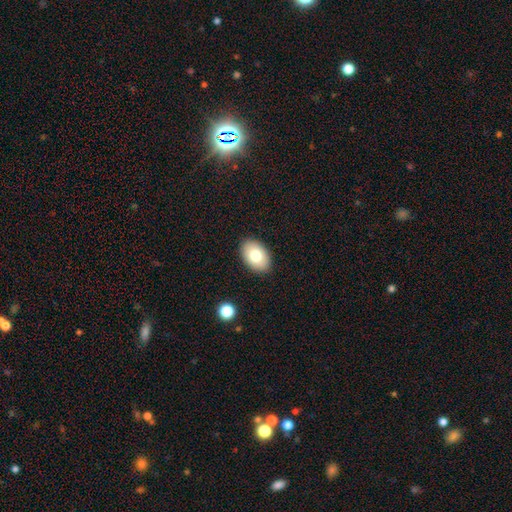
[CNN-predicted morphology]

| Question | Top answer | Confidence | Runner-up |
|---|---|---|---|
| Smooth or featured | smooth | 77% | featured or disk (15%) |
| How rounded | in between | 89% | round (10%) |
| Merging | none | 89% | minor disturbance (8%) |